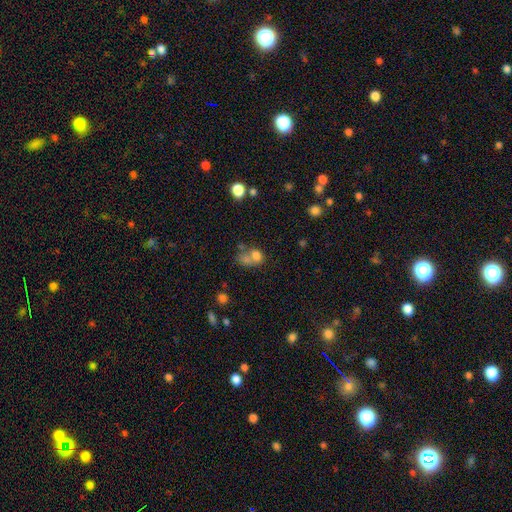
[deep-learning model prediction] A smooth galaxy with no disk features (69%) that is round (52%).

Vote fractions:
- Smooth or featured? smooth: 69% / star or artifact: 15% / featured or disk: 15%
- How rounded? round: 52% / in between: 47% / cigar-shaped: 2%
- Merging? merger: 54% / none: 27% / minor disturbance: 10% / major disturbance: 9%